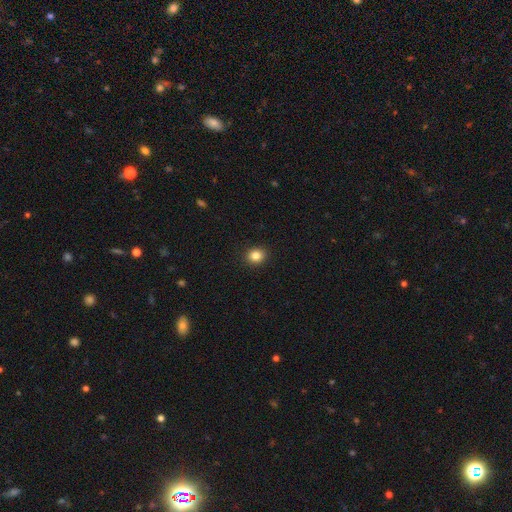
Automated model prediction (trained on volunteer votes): A smooth galaxy with no disk features (85%) that is round (75%).

Vote fractions:
- Smooth or featured? smooth: 85% / star or artifact: 11% / featured or disk: 5%
- How rounded? round: 75% / in between: 25% / cigar-shaped: 1%
- Merging? none: 91% / minor disturbance: 6% / major disturbance: 2% / merger: 1%